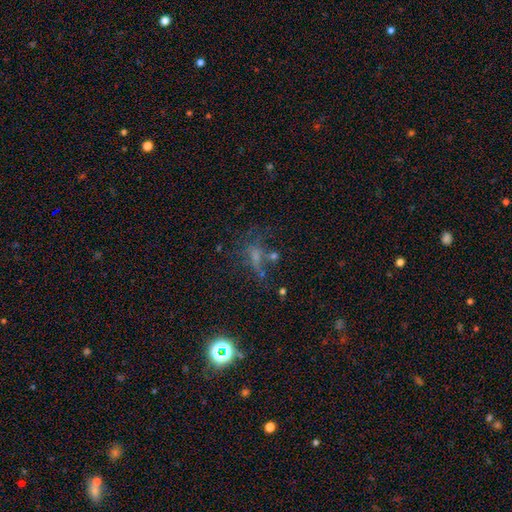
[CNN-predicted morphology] smooth_or_featured: star or artifact (p=0.37) [alt: smooth p=0.35]